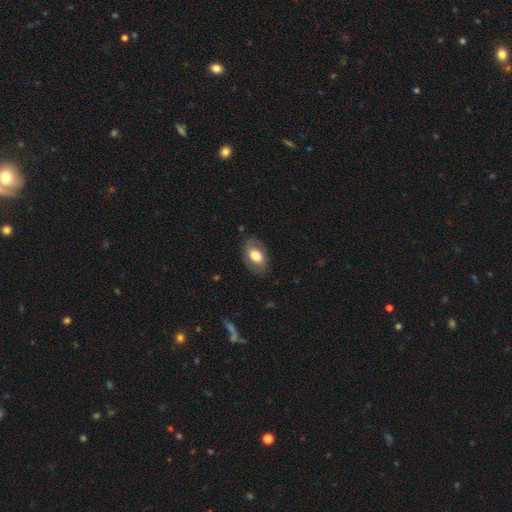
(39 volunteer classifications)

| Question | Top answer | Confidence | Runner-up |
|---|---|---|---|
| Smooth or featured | smooth | 62% | featured or disk (26%) |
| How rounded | in between | 96% | round (4%) |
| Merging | none | 76% | minor disturbance (21%) |